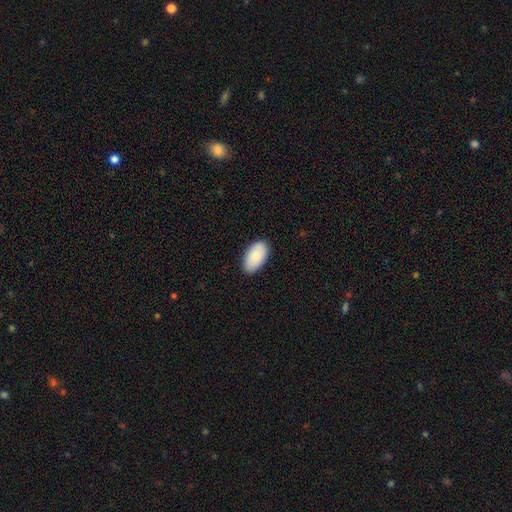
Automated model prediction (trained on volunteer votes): A smooth galaxy with no disk features (86%) that is in between round and cigar-shaped (95%). Merging: none (84%).